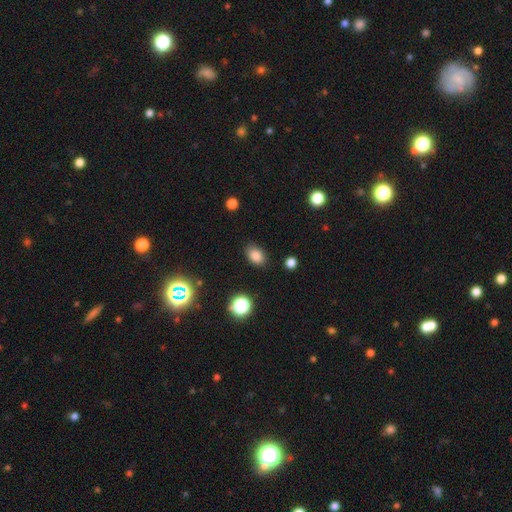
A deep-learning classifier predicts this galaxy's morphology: Overall: smooth (83%). How rounded: in between (80%). Merging: none (84%).